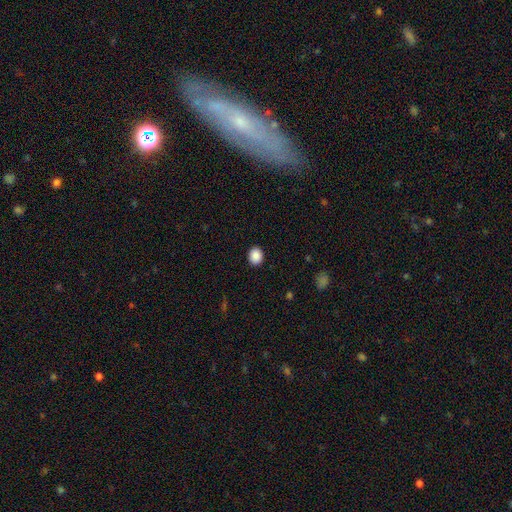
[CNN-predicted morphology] A smooth galaxy with no disk features (89%) that is round (62%).

Vote fractions:
- Smooth or featured? smooth: 89% / star or artifact: 8% / featured or disk: 3%
- How rounded? round: 62% / in between: 37% / cigar-shaped: 1%
- Merging? none: 91% / minor disturbance: 6% / major disturbance: 2% / merger: 1%